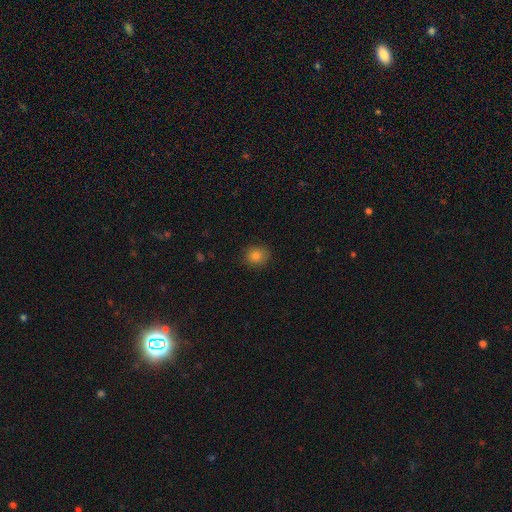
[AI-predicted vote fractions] This appears to be a smooth galaxy with no disk features (82%) that is round (77%). Merging: none (88%).